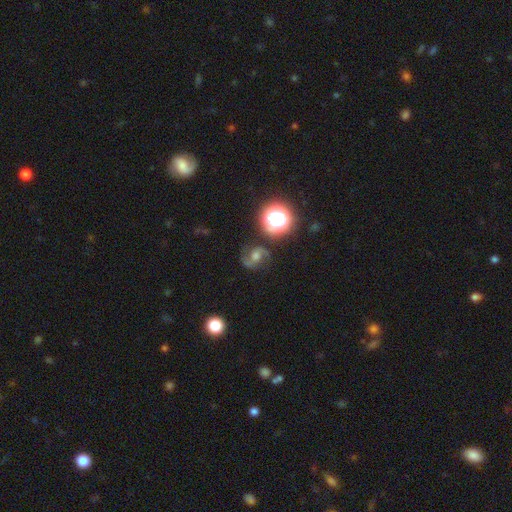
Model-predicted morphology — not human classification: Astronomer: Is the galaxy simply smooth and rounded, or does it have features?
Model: featured or disk — 73%.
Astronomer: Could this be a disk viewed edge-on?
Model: no — 98%.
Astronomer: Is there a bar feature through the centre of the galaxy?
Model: no — 51% (runner-up: weak, 38%).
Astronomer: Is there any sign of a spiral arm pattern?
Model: yes — 96%.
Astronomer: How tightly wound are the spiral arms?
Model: medium — 45%, tied with loose at 45%.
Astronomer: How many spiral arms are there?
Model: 2 — 91%.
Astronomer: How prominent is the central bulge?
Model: moderate — 51%.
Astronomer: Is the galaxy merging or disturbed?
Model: none — 73%.